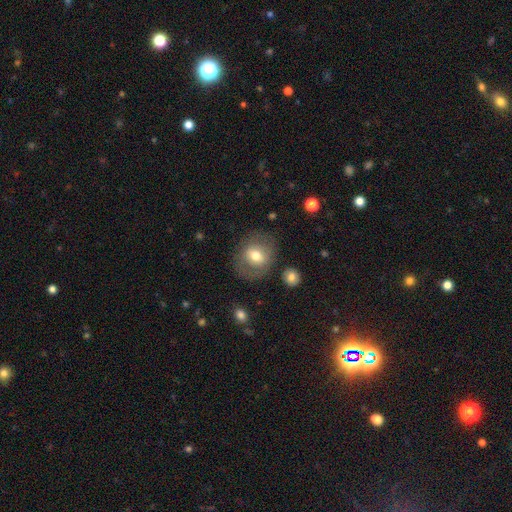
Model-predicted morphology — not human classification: smooth-or-featured: smooth: 60% | featured or disk: 32% | star or artifact: 8%
  how-rounded: round: 64% | in between: 36% | cigar-shaped: 1%
  merging: none: 72% | minor disturbance: 16% | major disturbance: 9% | merger: 2%